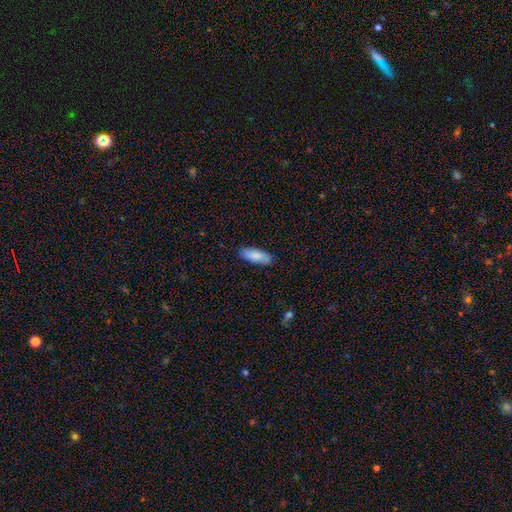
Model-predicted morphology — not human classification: Smooth or featured? smooth (87%)
How rounded? in between (71%)
Merging? none (87%)